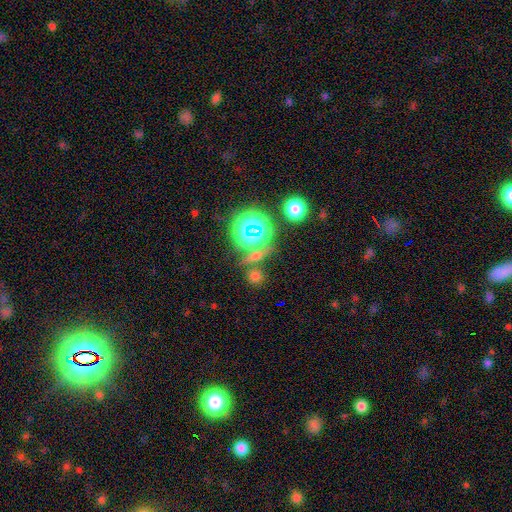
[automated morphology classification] smooth-or-featured: star or artifact: 51% | smooth: 40% | featured or disk: 9%